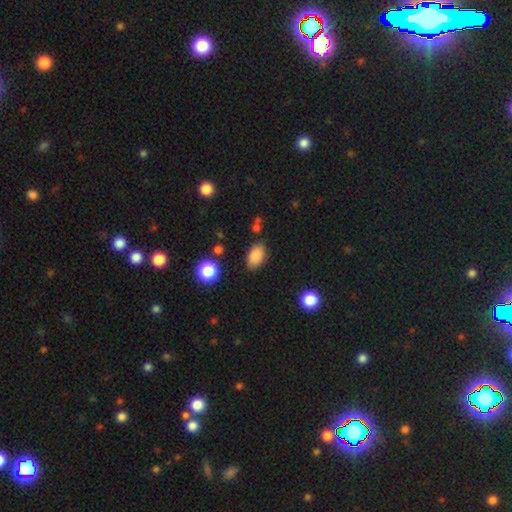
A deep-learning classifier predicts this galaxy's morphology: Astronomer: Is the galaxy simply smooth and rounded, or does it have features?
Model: smooth — 86%.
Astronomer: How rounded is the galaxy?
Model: in between — 90%.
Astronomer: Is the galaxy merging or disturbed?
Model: none — 82%.